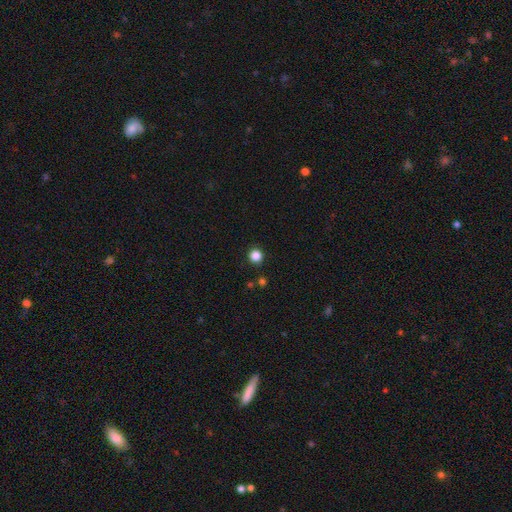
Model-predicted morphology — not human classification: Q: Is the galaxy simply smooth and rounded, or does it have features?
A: smooth — 84%.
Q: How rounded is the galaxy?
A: round — 94%.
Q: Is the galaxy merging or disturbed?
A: none — 92%.